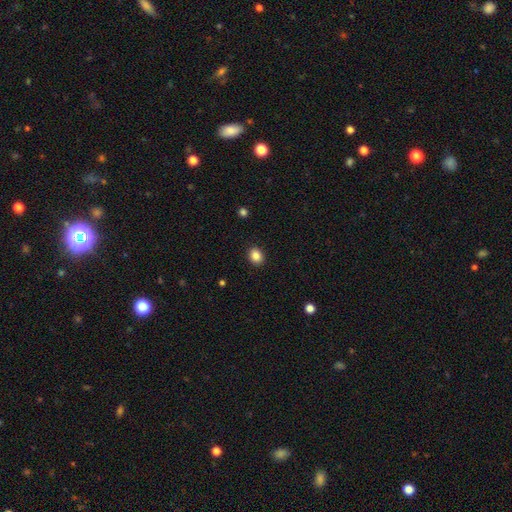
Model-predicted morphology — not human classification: This is clearly a smooth galaxy (86%). How rounded: possibly round (53%). Merging: clearly none (91%).